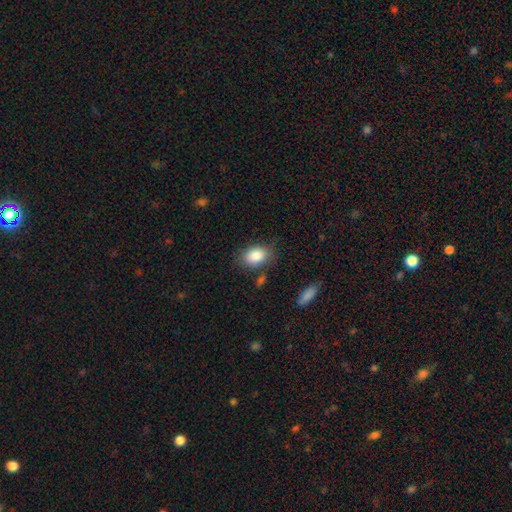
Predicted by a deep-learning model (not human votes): smooth-or-featured: smooth: 86% | star or artifact: 7% | featured or disk: 6%
  how-rounded: in between: 85% | round: 13% | cigar-shaped: 1%
  merging: none: 75% | minor disturbance: 16% | major disturbance: 5% | merger: 4%